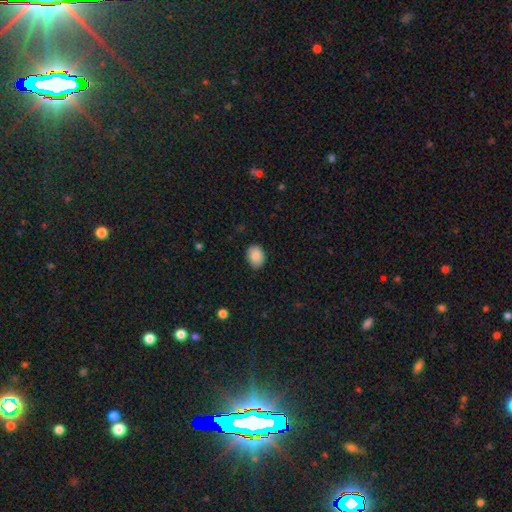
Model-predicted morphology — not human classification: smooth-or-featured: smooth: 88% | star or artifact: 7% | featured or disk: 4%
  how-rounded: in between: 62% | round: 37% | cigar-shaped: 1%
  merging: none: 84% | minor disturbance: 12% | major disturbance: 2% | merger: 1%